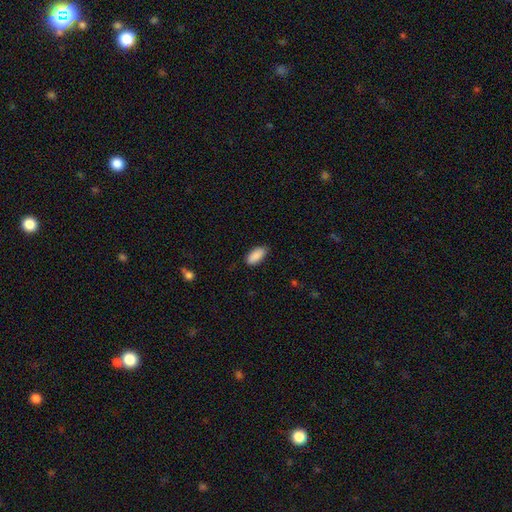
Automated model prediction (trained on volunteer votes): A smooth galaxy with no disk features (90%) that is in between round and cigar-shaped (90%). Merging: none (81%).